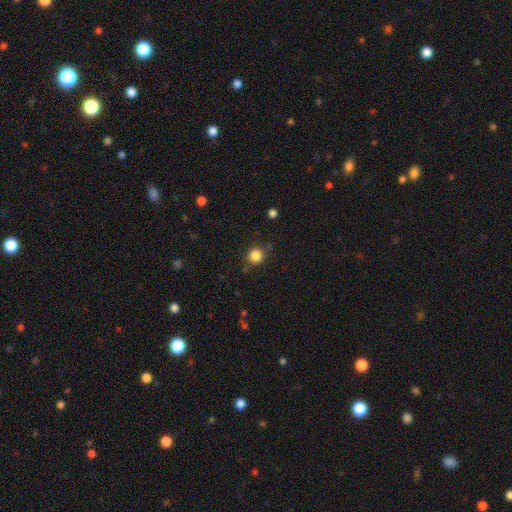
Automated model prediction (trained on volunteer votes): Smooth or featured? Predicted: smooth (p=0.85). How rounded? Predicted: round (p=0.90). Merging? Predicted: none (p=0.83).